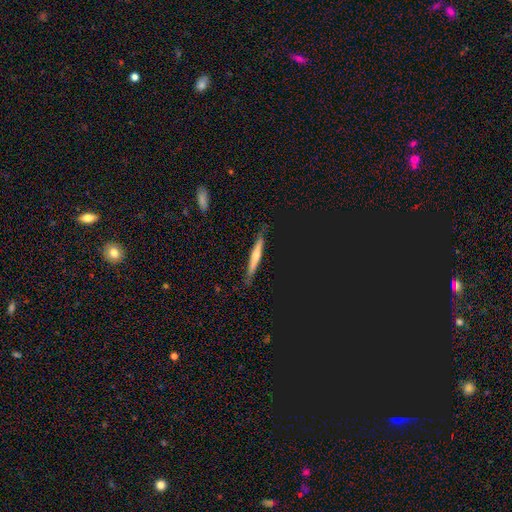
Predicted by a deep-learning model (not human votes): smooth-or-featured: featured or disk: 45% | smooth: 44% | star or artifact: 11%
  merging: none: 85% | minor disturbance: 11% | major disturbance: 2% | merger: 1%